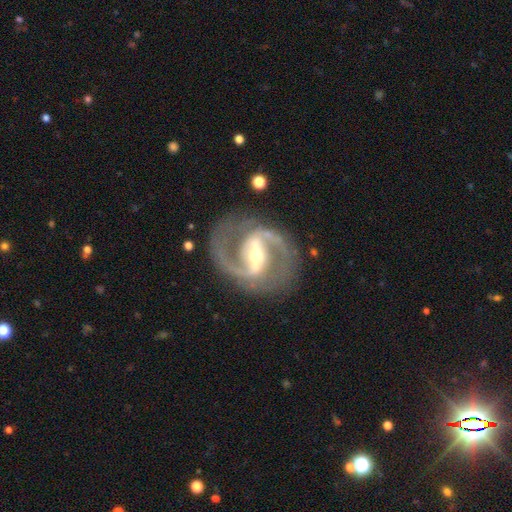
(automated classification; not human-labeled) smooth_or_featured: featured or disk (p=0.92) [alt: star or artifact p=0.04]
disk_edge_on: no (p=0.97) [alt: yes p=0.03]
bar: strong (p=0.67) [alt: weak p=0.26]
has_spiral_arms: yes (p=0.98) [alt: no p=0.02]
spiral_winding: medium (p=0.63) [alt: tight p=0.22]
spiral_arm_count: 2 (p=0.92) [alt: 3 p=0.02]
bulge_size: moderate (p=0.59) [alt: small p=0.33]
merging: none (p=0.80) [alt: minor disturbance p=0.12]